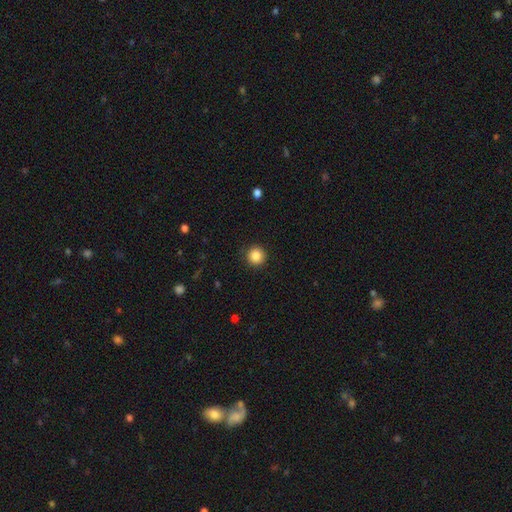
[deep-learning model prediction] smooth-or-featured: smooth: 86% | star or artifact: 10% | featured or disk: 4%
  how-rounded: round: 95% | in between: 4% | cigar-shaped: 1%
  merging: none: 91% | minor disturbance: 6% | major disturbance: 2% | merger: 1%